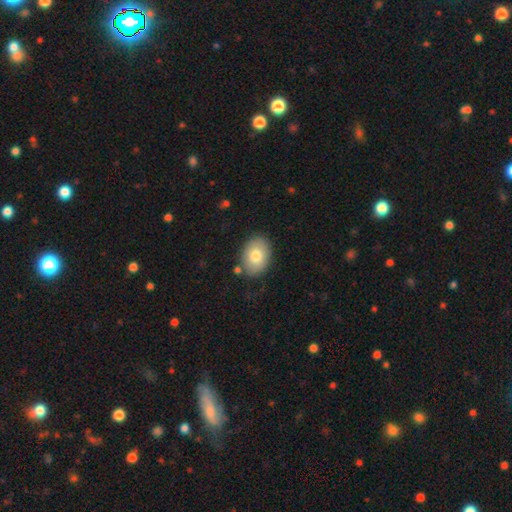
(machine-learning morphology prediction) Smooth or featured: smooth — 77% (featured or disk — 16%)
How rounded: in between — 79% (round — 20%)
Merging: none — 82% (minor disturbance — 12%)